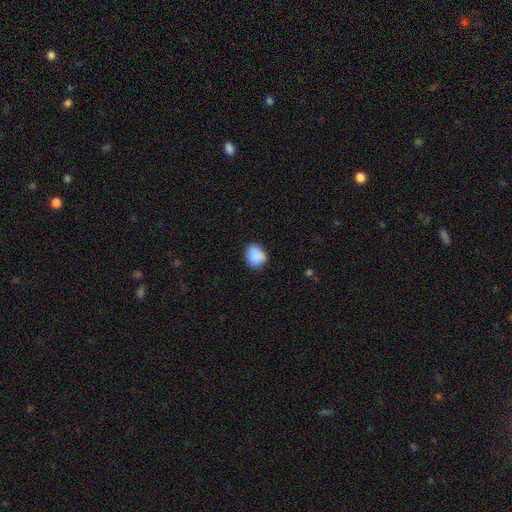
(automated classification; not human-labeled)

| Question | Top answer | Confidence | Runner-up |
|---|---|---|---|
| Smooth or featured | smooth | 87% | star or artifact (8%) |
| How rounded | round | 50% | in between (49%) |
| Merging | none | 70% | minor disturbance (23%) |